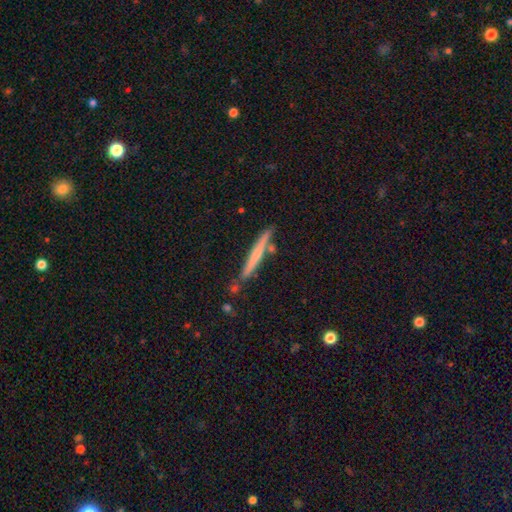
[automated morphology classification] Q: Smooth or featured?
A: smooth (50%); runner-up: featured or disk (43%)
Q: How rounded?
A: cigar-shaped (96%); runner-up: in between (3%)
Q: Merging?
A: none (80%); runner-up: minor disturbance (12%)